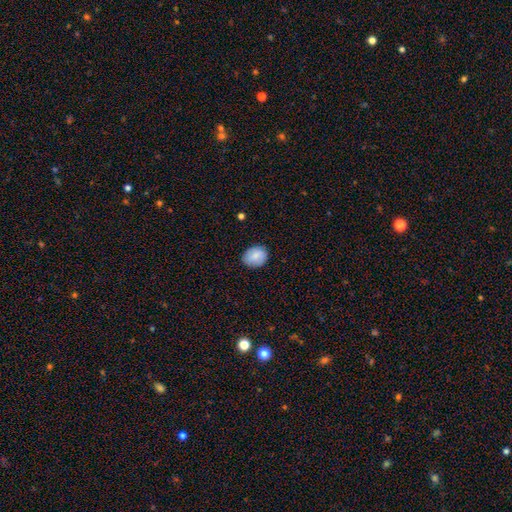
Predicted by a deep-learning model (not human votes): Smooth or featured? Predicted: smooth (p=0.82). How rounded? Predicted: round (p=0.51). Merging? Predicted: none (p=0.83).